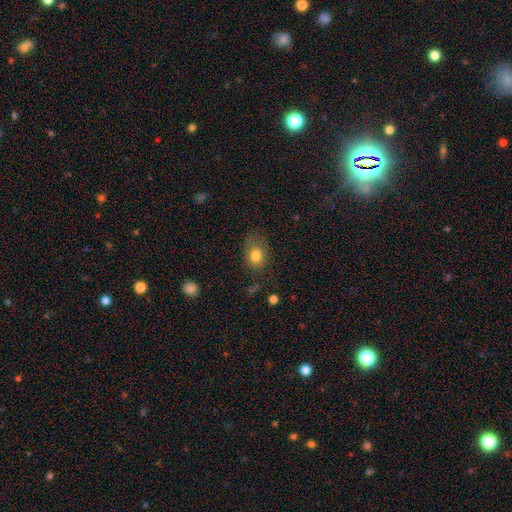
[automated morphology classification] A smooth galaxy with no disk features (79%) that is in between round and cigar-shaped (60%).

Vote fractions:
- Smooth or featured? smooth: 79% / featured or disk: 11% / star or artifact: 10%
- How rounded? in between: 60% / round: 38% / cigar-shaped: 1%
- Merging? none: 62% / minor disturbance: 25% / major disturbance: 11% / merger: 2%